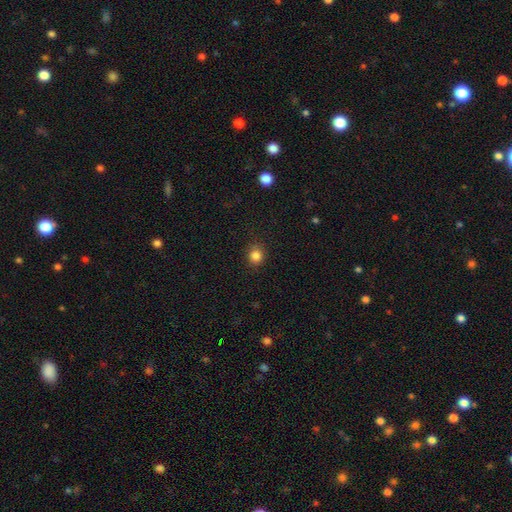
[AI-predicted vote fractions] This appears to be a smooth galaxy with no disk features (85%) that is round (83%). Merging: none (88%).